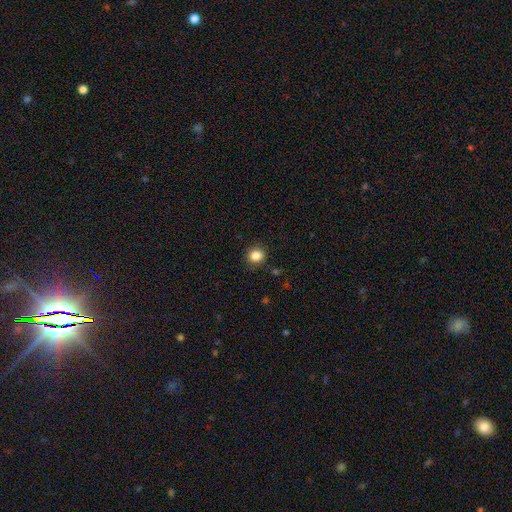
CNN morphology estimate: Smooth or featured? smooth (85%)
How rounded? round (83%)
Merging? none (89%)